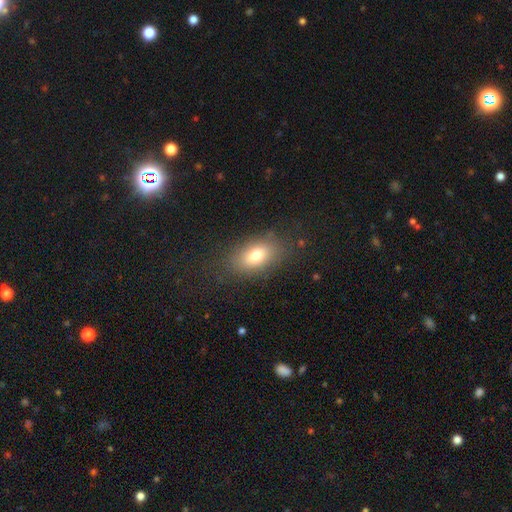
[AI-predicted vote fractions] Smooth or featured?
  - smooth: 75% *
  - featured or disk: 14%
  - star or artifact: 11%
How rounded?
  - in between: 85% *
  - round: 12%
  - cigar-shaped: 3%
Merging?
  - none: 79% *
  - minor disturbance: 13%
  - major disturbance: 7%
  - merger: 1%